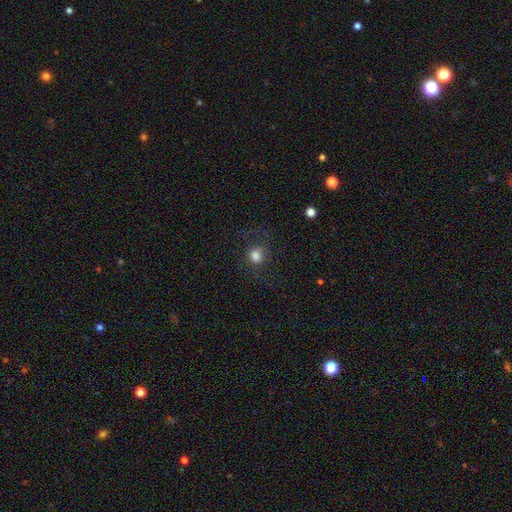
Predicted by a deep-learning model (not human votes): A smooth galaxy with no disk features (72%) that is round (78%).

Vote fractions:
- Smooth or featured? smooth: 72% / featured or disk: 15% / star or artifact: 13%
- How rounded? round: 78% / in between: 21% / cigar-shaped: 1%
- Merging? none: 69% / minor disturbance: 15% / major disturbance: 15% / merger: 2%